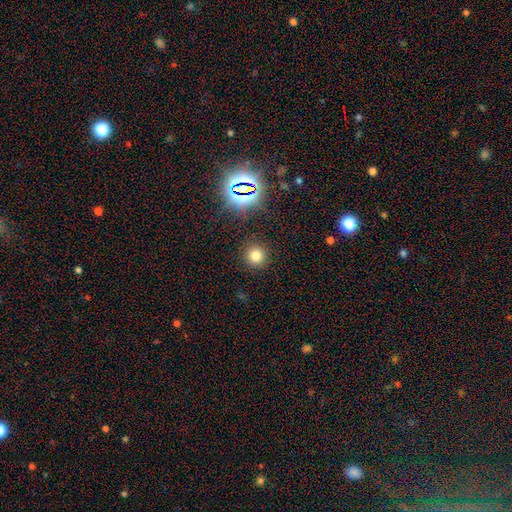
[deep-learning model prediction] Q: Smooth or featured?
A: smooth (73%); runner-up: star or artifact (21%)
Q: How rounded?
A: round (93%); runner-up: in between (6%)
Q: Merging?
A: none (90%); runner-up: minor disturbance (6%)